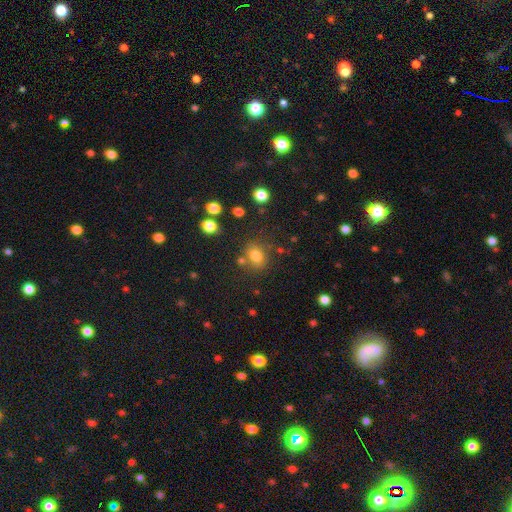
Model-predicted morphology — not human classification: This appears to be a smooth galaxy with no disk features (78%) that is in between round and cigar-shaped (53%). Merging: none (73%).